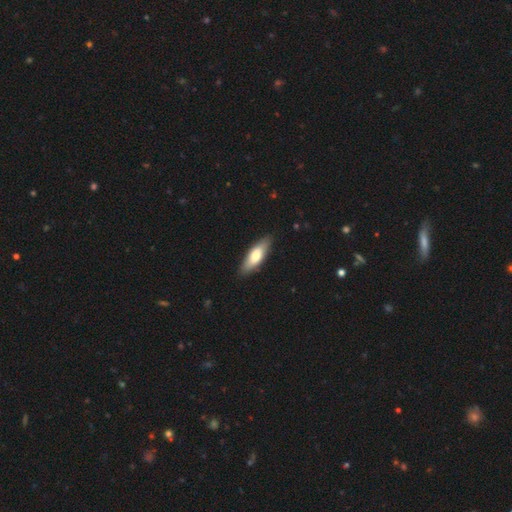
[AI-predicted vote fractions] smooth-or-featured: smooth: 66% | featured or disk: 29% | star or artifact: 5%
  how-rounded: in between: 53% | cigar-shaped: 45% | round: 2%
  merging: none: 87% | minor disturbance: 10% | major disturbance: 2% | merger: 1%